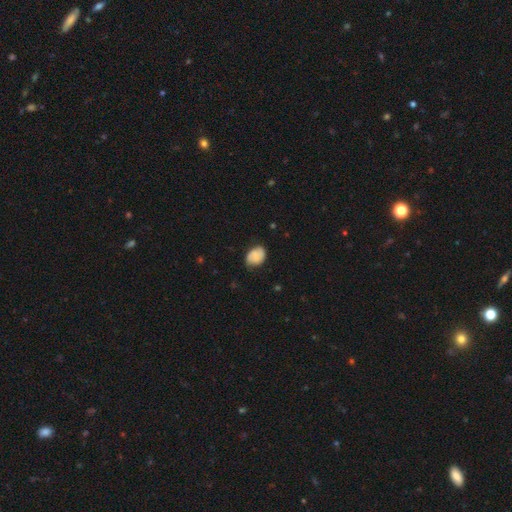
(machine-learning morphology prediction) Overall: smooth (64%; featured or disk 28%). How rounded: in between (67%; round 32%). Merging: none (71%).